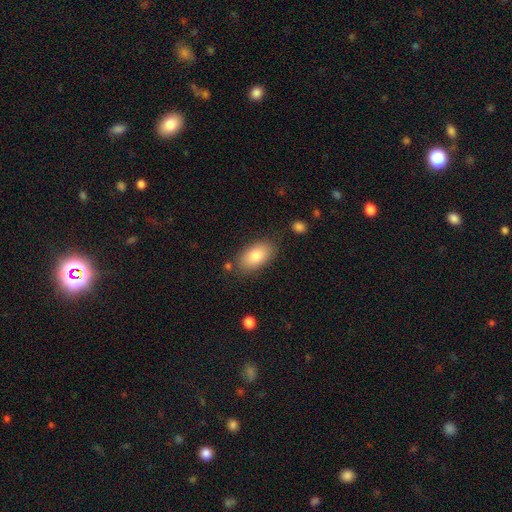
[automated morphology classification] Smooth or featured: smooth — 81% (featured or disk — 12%)
How rounded: in between — 93% (round — 4%)
Merging: none — 81% (minor disturbance — 13%)